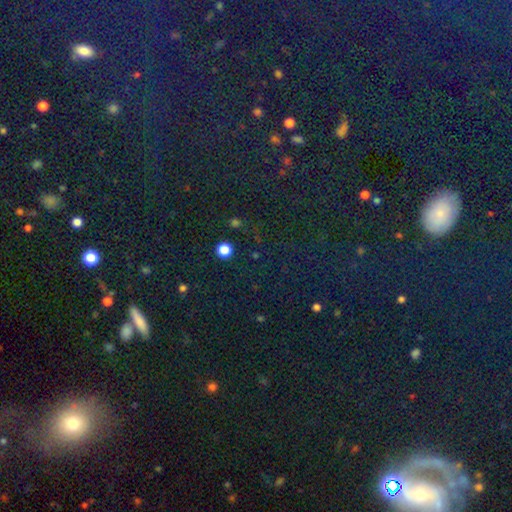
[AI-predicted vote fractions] Smooth or featured? Predicted: star or artifact (p=0.75).